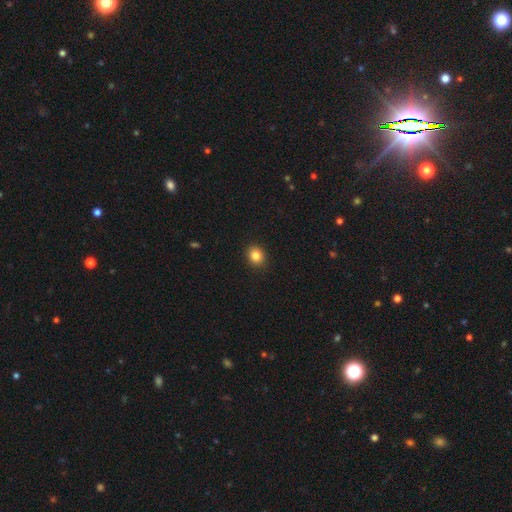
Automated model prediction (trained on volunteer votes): Smooth or featured? Predicted: smooth (p=0.84). How rounded? Predicted: round (p=0.68). Merging? Predicted: none (p=0.91).